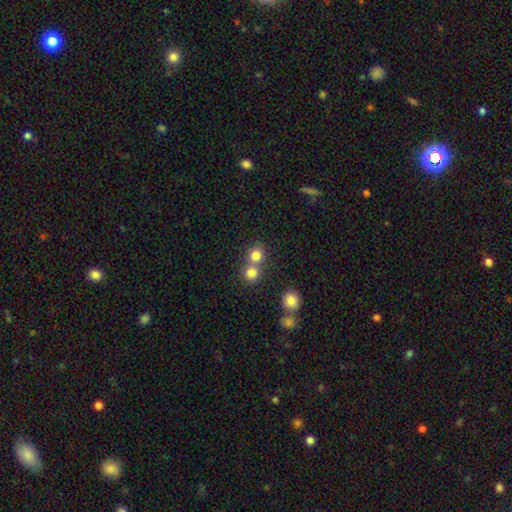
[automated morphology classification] The model was most divided on "merging": none: 49%, merger: 43%, minor disturbance: 6%, major disturbance: 3%. More confident: how rounded — round (83%); smooth or featured — smooth (80%).